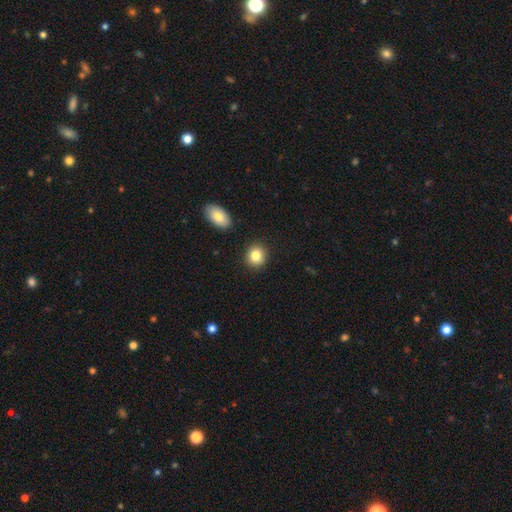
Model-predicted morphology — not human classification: Q: Smooth or featured?
A: smooth (83%); runner-up: star or artifact (9%)
Q: How rounded?
A: round (79%); runner-up: in between (20%)
Q: Merging?
A: none (89%); runner-up: minor disturbance (7%)